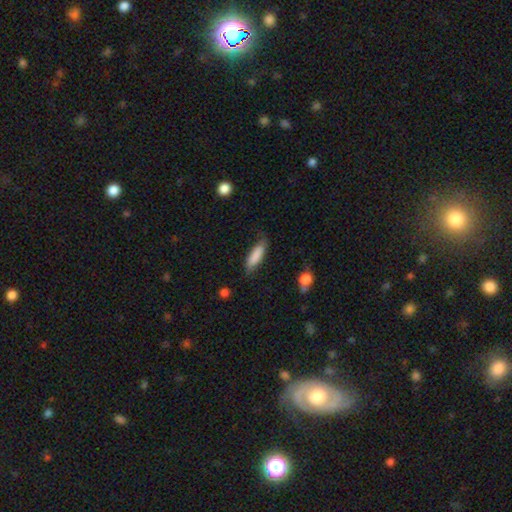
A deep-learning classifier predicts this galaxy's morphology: Smooth or featured: smooth — 85% (featured or disk — 9%)
How rounded: cigar-shaped — 53% (in between — 46%)
Merging: none — 70% (minor disturbance — 23%)